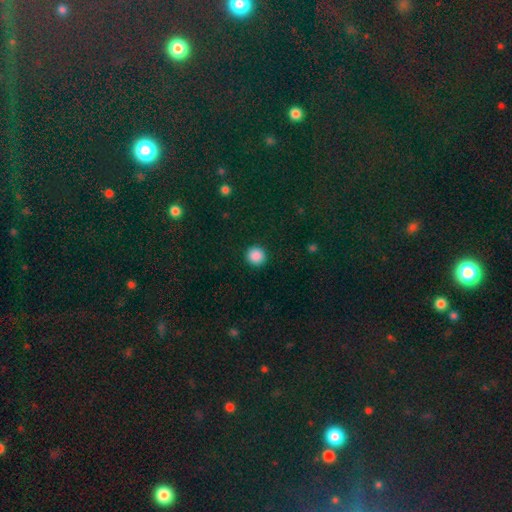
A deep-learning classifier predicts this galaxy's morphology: Smooth or featured: smooth — 88% (star or artifact — 10%)
How rounded: round — 94% (in between — 5%)
Merging: none — 92% (minor disturbance — 5%)